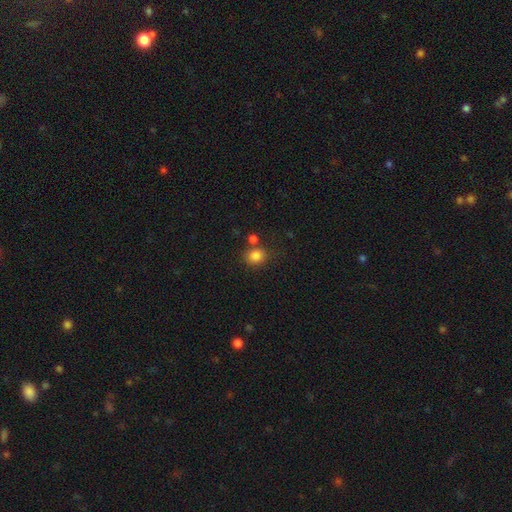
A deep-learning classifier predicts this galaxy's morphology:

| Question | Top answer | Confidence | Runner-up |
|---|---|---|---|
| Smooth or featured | smooth | 84% | star or artifact (11%) |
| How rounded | round | 79% | in between (20%) |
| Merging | none | 71% | merger (15%) |